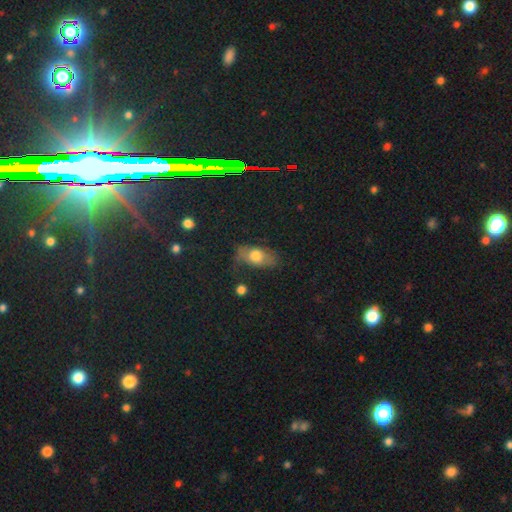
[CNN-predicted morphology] A smooth galaxy with no disk features (65%) that is in between round and cigar-shaped (81%). Merging: none (54%).